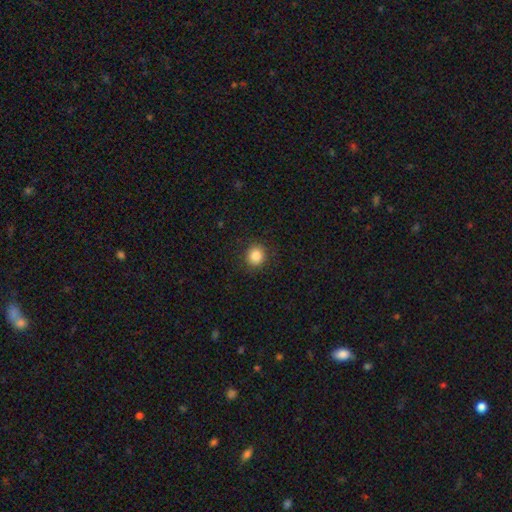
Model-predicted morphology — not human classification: This is clearly a smooth galaxy (86%). How rounded: clearly round (86%). Merging: clearly none (90%).